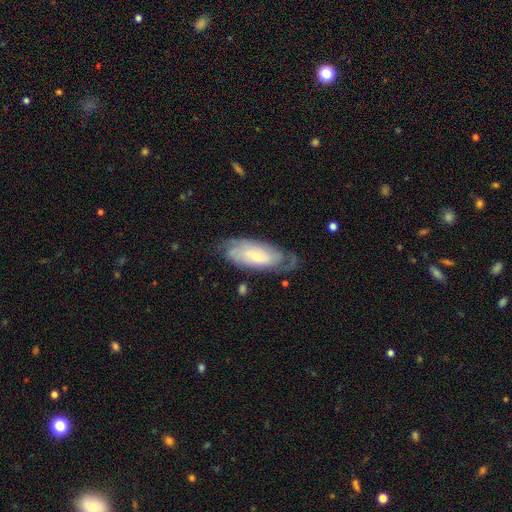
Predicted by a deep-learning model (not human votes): This is likely a featured or disk galaxy (65%). It is clearly not viewed edge-on (89%). Bar: likely no (65%). Spiral arm pattern: clearly yes (87%). Spiral arm count: marginally can't tell (43%). Spiral winding: possibly tight (58%). Central bulge: likely small (64%). Merging: likely none (63%).